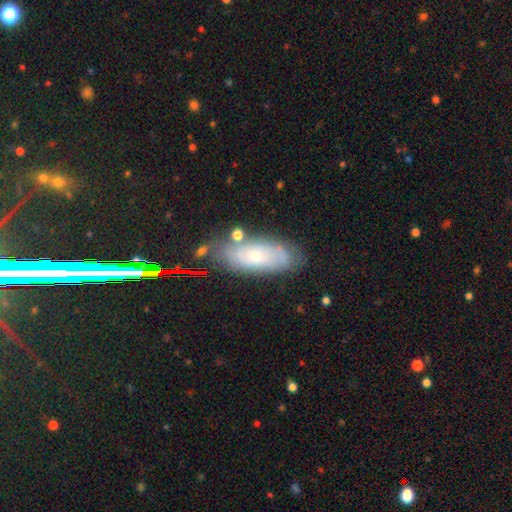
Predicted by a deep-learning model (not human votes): smooth_or_featured: featured or disk (p=0.45) [tied with: smooth p=0.45]
merging: none (p=0.67) [alt: minor disturbance p=0.21]